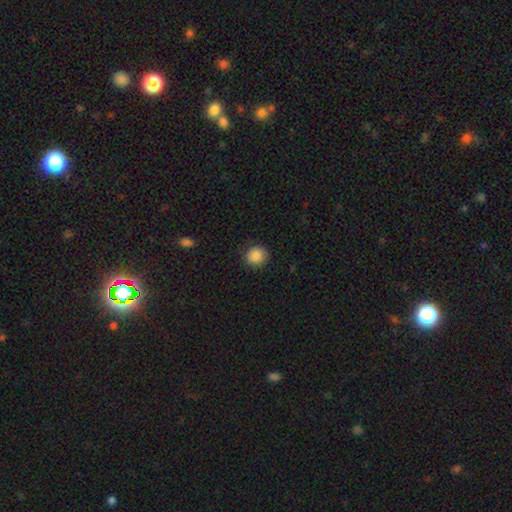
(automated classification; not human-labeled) The model was most divided on "smooth or featured": smooth: 88%, star or artifact: 9%, featured or disk: 3%. More confident: how rounded — round (90%); merging — none (89%).